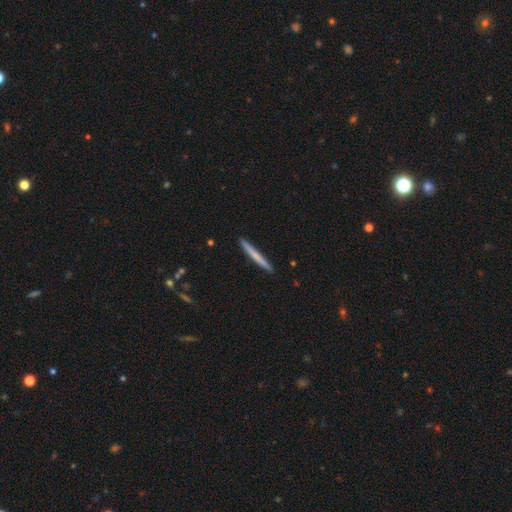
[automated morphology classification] Overall: smooth (61%; featured or disk 34%). How rounded: cigar-shaped (97%). Merging: none (92%).